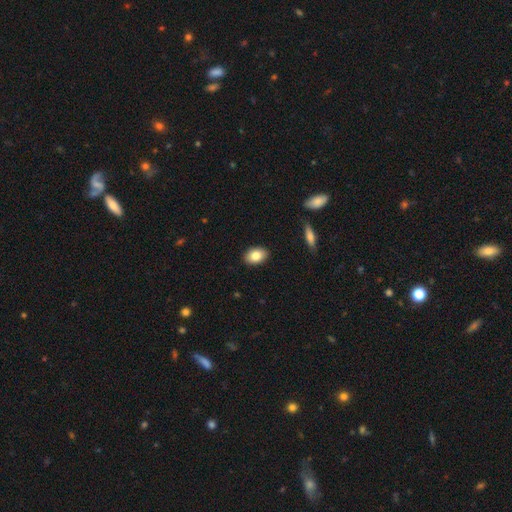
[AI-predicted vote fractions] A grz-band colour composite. It shows a smooth galaxy with no disk features (82%) that is in between round and cigar-shaped (84%). Merging: none (89%).